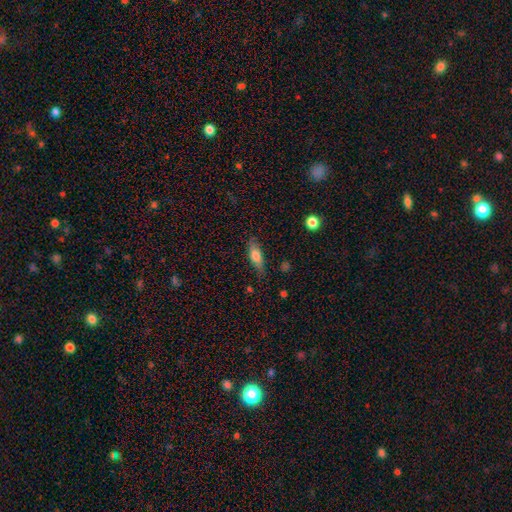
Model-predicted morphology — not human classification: A smooth galaxy with no disk features (68%) that is in between round and cigar-shaped (55%).

Vote fractions:
- Smooth or featured? smooth: 68% / featured or disk: 25% / star or artifact: 7%
- How rounded? in between: 55% / cigar-shaped: 42% / round: 3%
- Merging? none: 75% / minor disturbance: 19% / major disturbance: 4% / merger: 2%